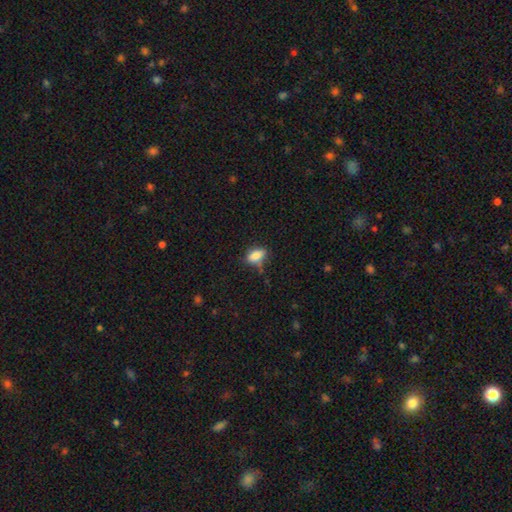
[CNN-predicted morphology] This appears to be a smooth galaxy with no disk features (82%) that is in between round and cigar-shaped (87%). Merging: none (64%).